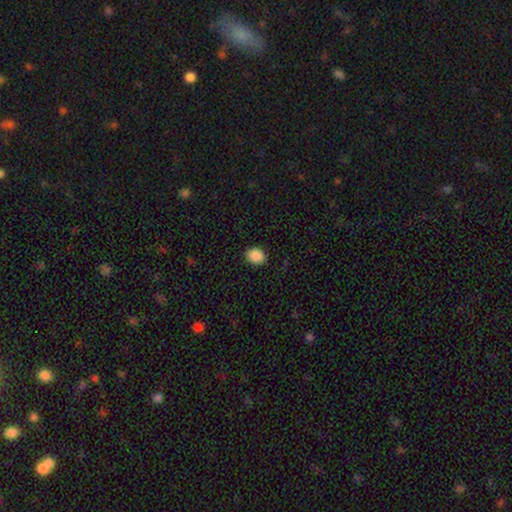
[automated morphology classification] This appears to be a smooth galaxy with no disk features (89%) that is in between round and cigar-shaped (55%). Merging: none (89%).